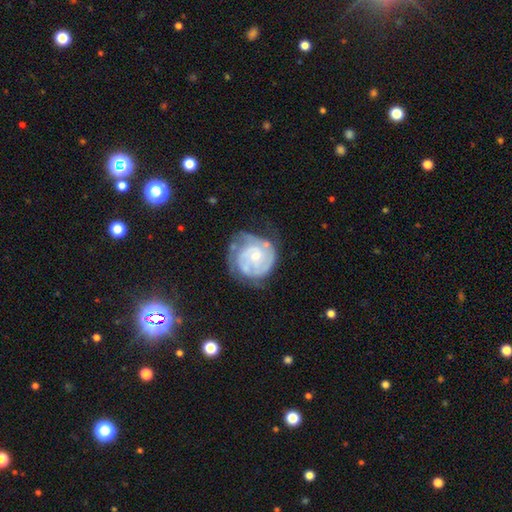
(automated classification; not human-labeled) Q: Smooth or featured?
A: featured or disk (79%); runner-up: smooth (16%)
Q: Edge-on disk?
A: no (98%); runner-up: yes (2%)
Q: Bar?
A: no (74%); runner-up: weak (23%)
Q: Spiral arms?
A: yes (88%); runner-up: no (12%)
Q: Spiral winding?
A: tight (66%); runner-up: medium (26%)
Q: Spiral arm count?
A: can't tell (35%); runner-up: 2 (29%)
Q: Bulge size?
A: small (63%); runner-up: moderate (32%)
Q: Merging?
A: none (53%); runner-up: minor disturbance (27%)